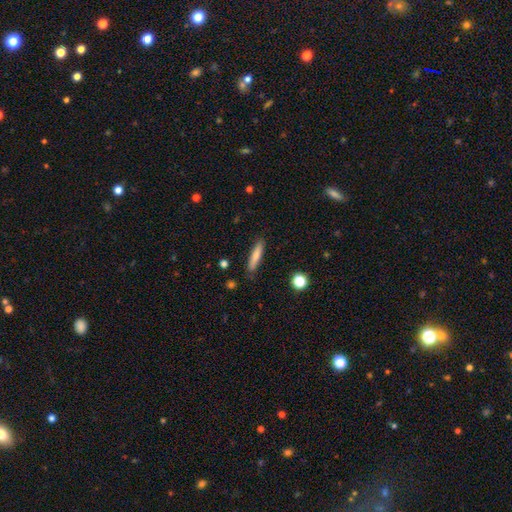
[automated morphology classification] type=smooth (76%); roundness=cigar-shaped (86%); merging=none (85%).